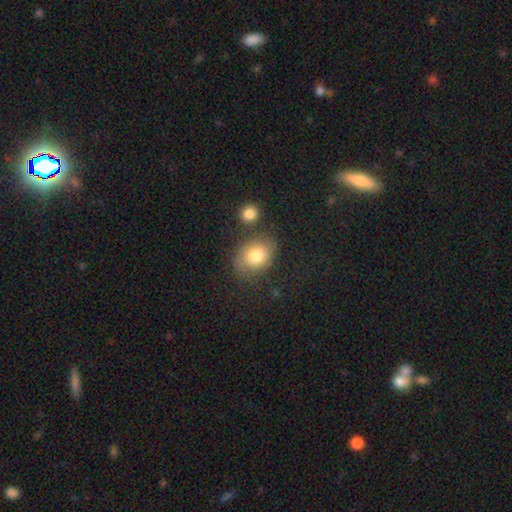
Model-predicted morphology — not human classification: Smooth or featured?
  - smooth: 78% *
  - featured or disk: 13%
  - star or artifact: 9%
How rounded?
  - in between: 55% *
  - round: 44%
  - cigar-shaped: 1%
Merging?
  - none: 66% *
  - minor disturbance: 17%
  - merger: 9%
  - major disturbance: 7%